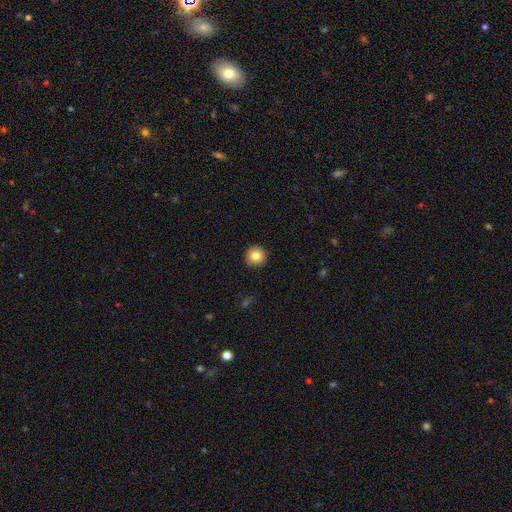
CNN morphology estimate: This is clearly a smooth galaxy (83%). How rounded: clearly round (95%). Merging: clearly none (93%).